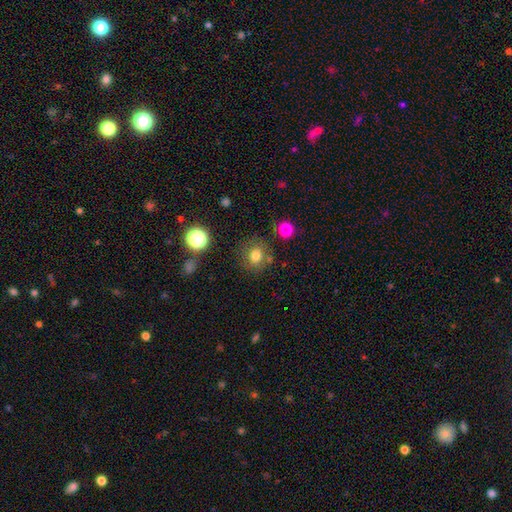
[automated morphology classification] Smooth or featured? smooth (77%)
How rounded? round (81%)
Merging? none (78%)